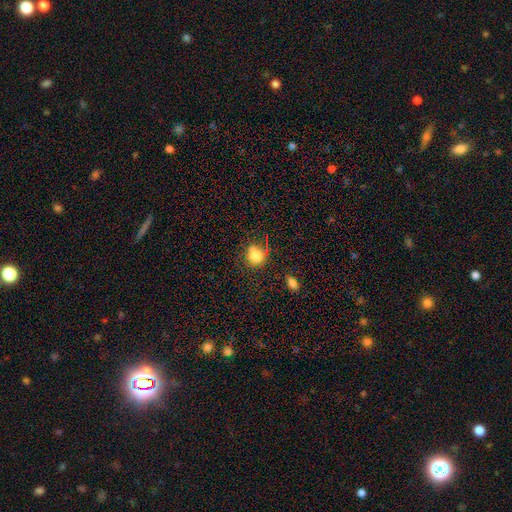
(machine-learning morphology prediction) Smooth or featured? Predicted: smooth (p=0.81). How rounded? Predicted: round (p=0.83). Merging? Predicted: none (p=0.62).